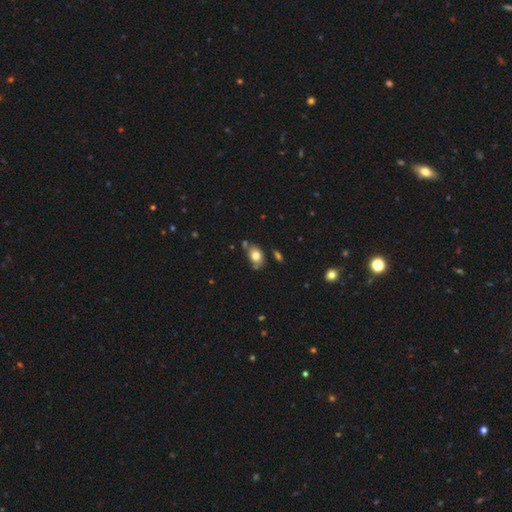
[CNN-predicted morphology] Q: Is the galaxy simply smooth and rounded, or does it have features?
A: smooth — 77%.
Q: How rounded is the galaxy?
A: in between — 73%.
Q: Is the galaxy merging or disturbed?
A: none — 62%.